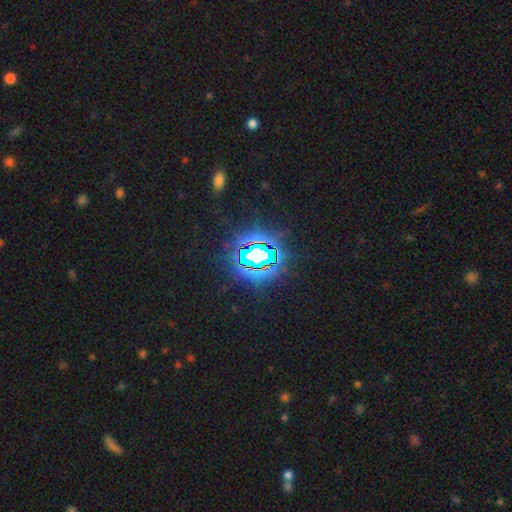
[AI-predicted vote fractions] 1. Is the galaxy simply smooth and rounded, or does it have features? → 81% star or artifact, 9% smooth, 9% featured or disk.